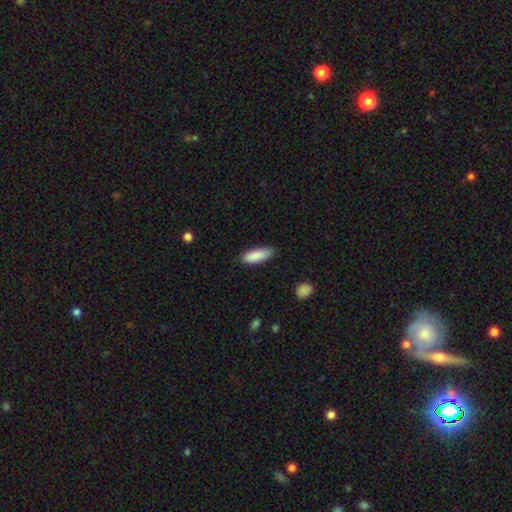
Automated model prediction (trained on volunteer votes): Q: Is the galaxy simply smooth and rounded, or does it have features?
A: smooth — 89%.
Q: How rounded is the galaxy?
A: in between — 58%.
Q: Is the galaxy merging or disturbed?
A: none — 83%.